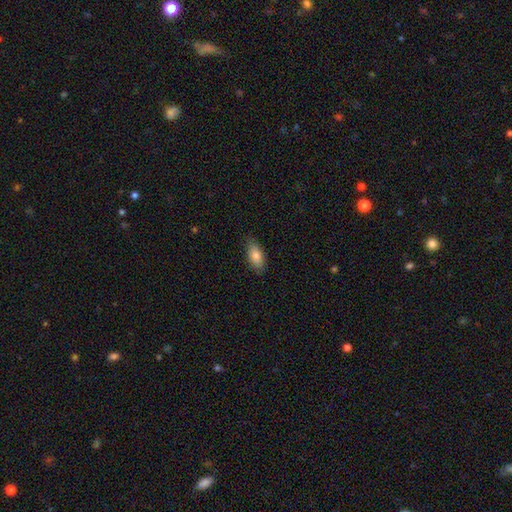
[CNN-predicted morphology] Smooth or featured: smooth — 83% (featured or disk — 11%)
How rounded: in between — 87% (cigar-shaped — 10%)
Merging: none — 83% (minor disturbance — 13%)